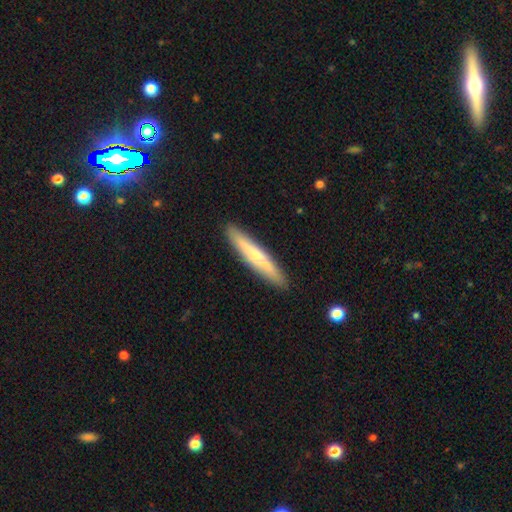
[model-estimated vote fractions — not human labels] Smooth or featured?
  - smooth: 51% *
  - featured or disk: 43%
  - star or artifact: 5%
How rounded?
  - cigar-shaped: 93% *
  - in between: 6%
  - round: 1%
Merging?
  - none: 91% *
  - minor disturbance: 7%
  - major disturbance: 1%
  - merger: 1%